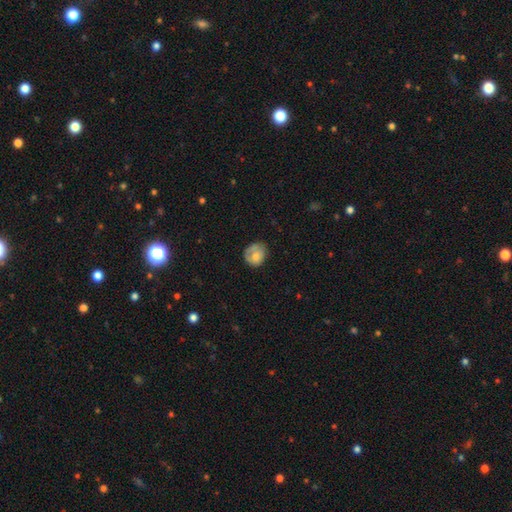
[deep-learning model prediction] This is likely a smooth galaxy (63%). How rounded: likely round (64%). Merging: possibly none (53%).